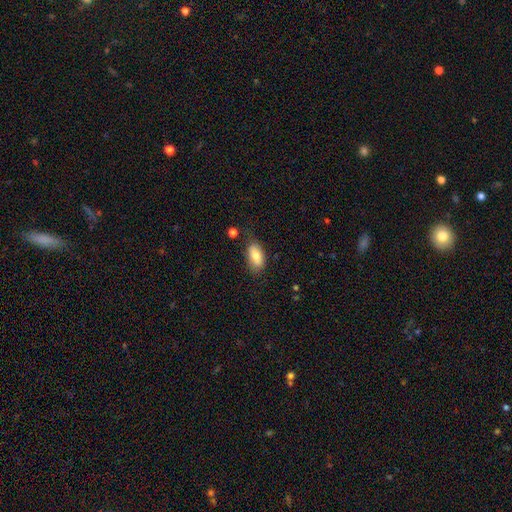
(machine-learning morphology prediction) This is clearly a smooth galaxy (80%). How rounded: clearly in between (90%). Merging: likely none (70%).